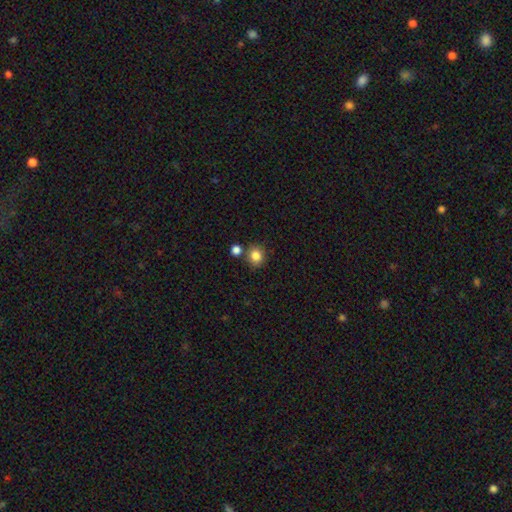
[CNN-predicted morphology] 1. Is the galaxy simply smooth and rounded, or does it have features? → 83% smooth, 11% star or artifact, 6% featured or disk.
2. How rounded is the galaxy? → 82% round, 17% in between, 1% cigar-shaped.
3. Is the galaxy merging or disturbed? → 77% none, 11% merger, 9% minor disturbance, 3% major disturbance.